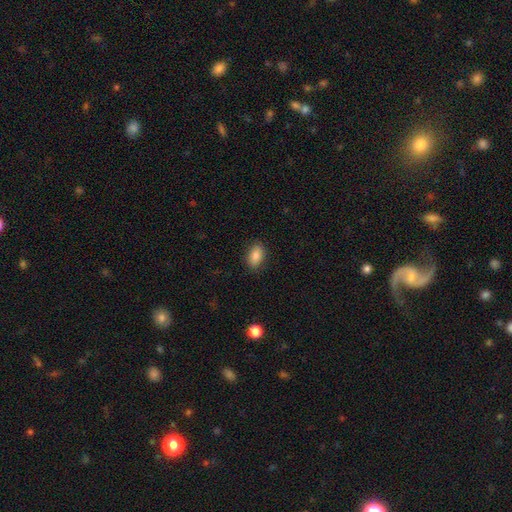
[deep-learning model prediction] A smooth galaxy with no disk features (83%) that is in between round and cigar-shaped (89%). Merging: none (87%).